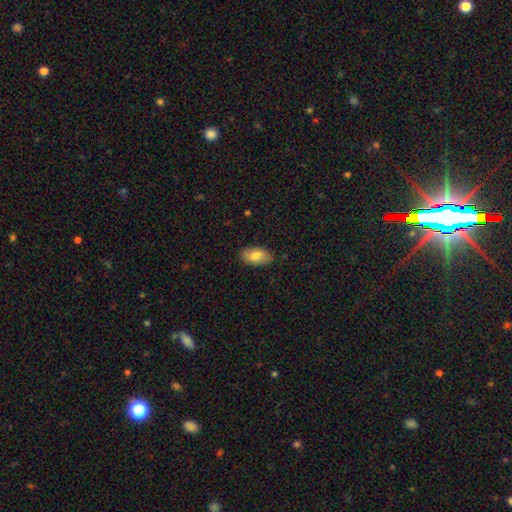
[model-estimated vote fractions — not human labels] smooth-or-featured: smooth: 80% | featured or disk: 13% | star or artifact: 6%
  how-rounded: in between: 94% | round: 4% | cigar-shaped: 3%
  merging: none: 86% | minor disturbance: 11% | major disturbance: 2% | merger: 1%